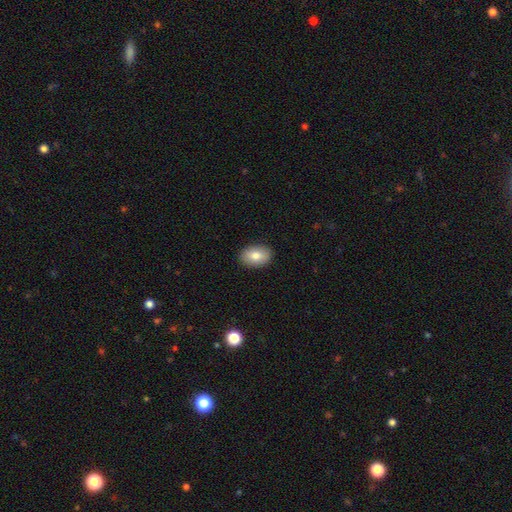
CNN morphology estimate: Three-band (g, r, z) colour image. It shows a smooth galaxy with no disk features (81%) that is in between round and cigar-shaped (84%). Merging: none (90%).